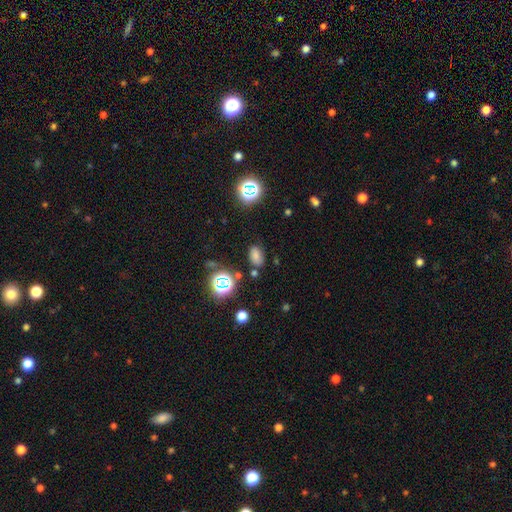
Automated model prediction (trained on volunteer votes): The model was most divided on "smooth or featured": smooth: 66%, star or artifact: 24%, featured or disk: 9%. More confident: how rounded — in between (84%); merging — none (77%).